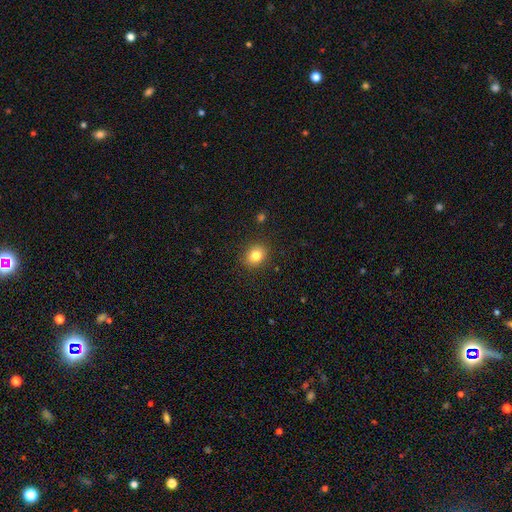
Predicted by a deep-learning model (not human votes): Smooth or featured? smooth (82%)
How rounded? round (62%)
Merging? none (89%)